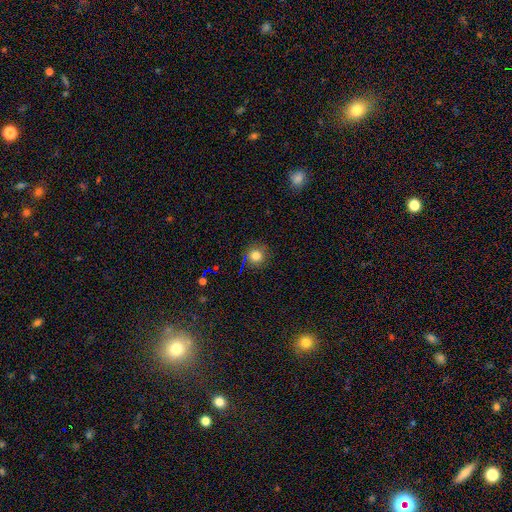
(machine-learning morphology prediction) A smooth galaxy with no disk features (78%) that is round (93%). Merging: none (85%).